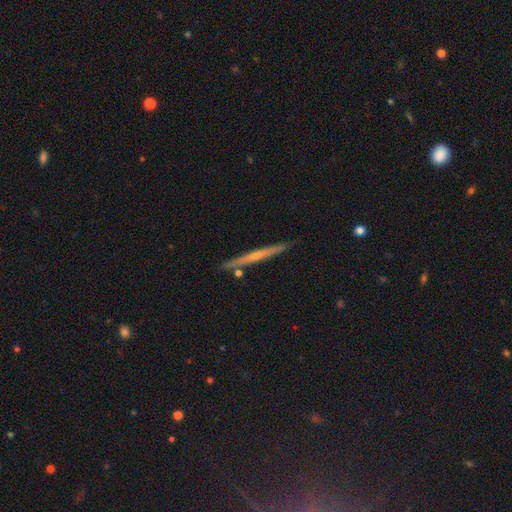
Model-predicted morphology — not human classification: smooth-or-featured: featured or disk: 66% | smooth: 22% | star or artifact: 12%
  disk-edge-on: yes: 95% | no: 5%
    edge-on-bulge: rounded: 61% | none: 31% | boxy: 8%
  merging: none: 84% | minor disturbance: 10% | merger: 3% | major disturbance: 3%